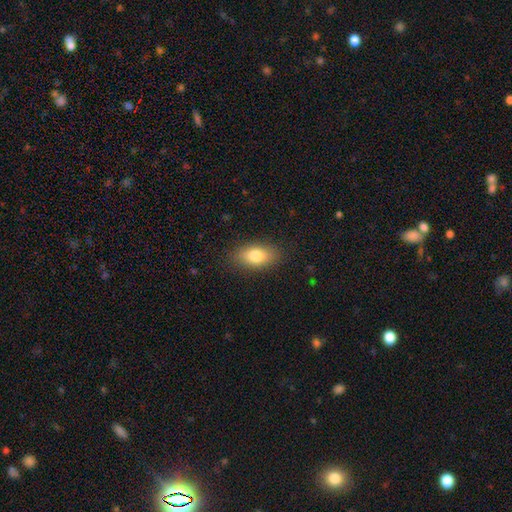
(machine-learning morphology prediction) The model was most divided on "smooth or featured": smooth: 80%, featured or disk: 12%, star or artifact: 8%. More confident: how rounded — in between (88%); merging — none (86%).